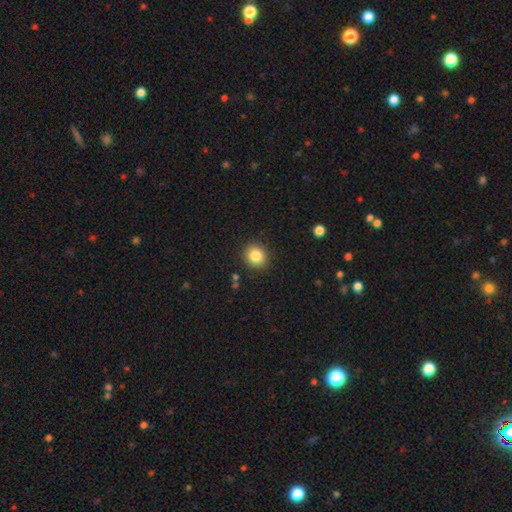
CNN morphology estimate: smooth-or-featured: smooth: 84% | star or artifact: 10% | featured or disk: 6%
  how-rounded: round: 84% | in between: 15% | cigar-shaped: 1%
  merging: none: 89% | minor disturbance: 8% | major disturbance: 2% | merger: 1%